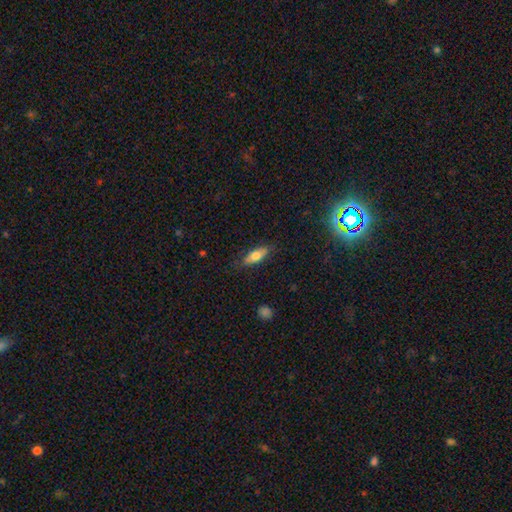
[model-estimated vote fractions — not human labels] smooth-or-featured: smooth: 68% | featured or disk: 25% | star or artifact: 7%
  how-rounded: in between: 65% | cigar-shaped: 33% | round: 3%
  merging: none: 81% | minor disturbance: 14% | major disturbance: 3% | merger: 1%